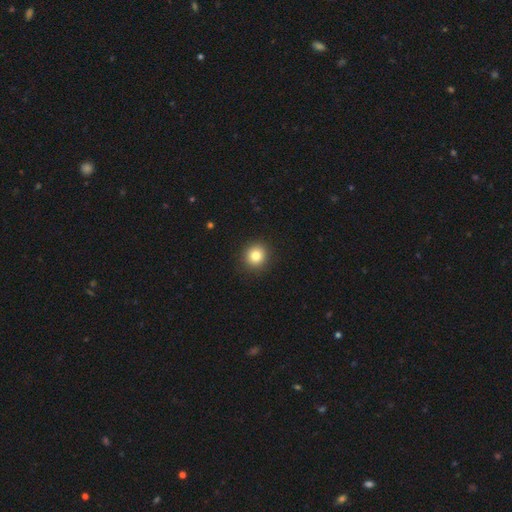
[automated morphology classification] Overall: smooth (82%). How rounded: round (91%). Merging: none (92%).